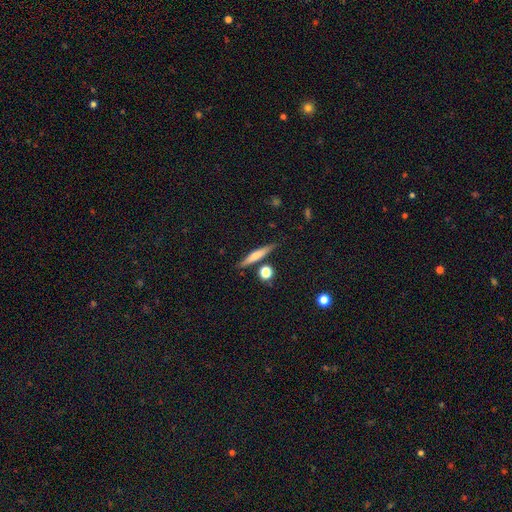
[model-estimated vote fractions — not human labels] Smooth or featured? smooth (57%)
How rounded? cigar-shaped (89%)
Merging? none (81%)